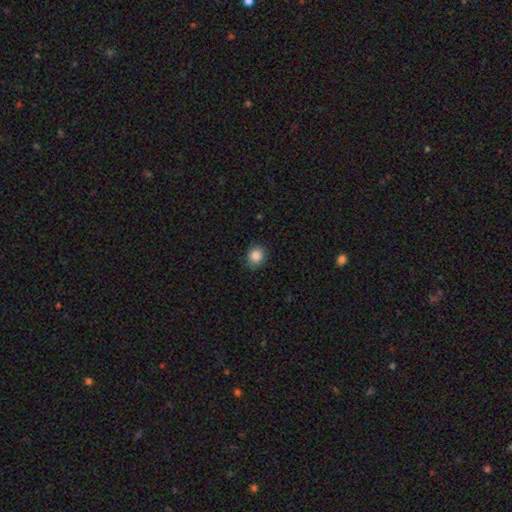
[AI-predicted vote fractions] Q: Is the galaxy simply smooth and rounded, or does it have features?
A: smooth — 86%.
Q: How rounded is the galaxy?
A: round — 78%.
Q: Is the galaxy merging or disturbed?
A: none — 87%.